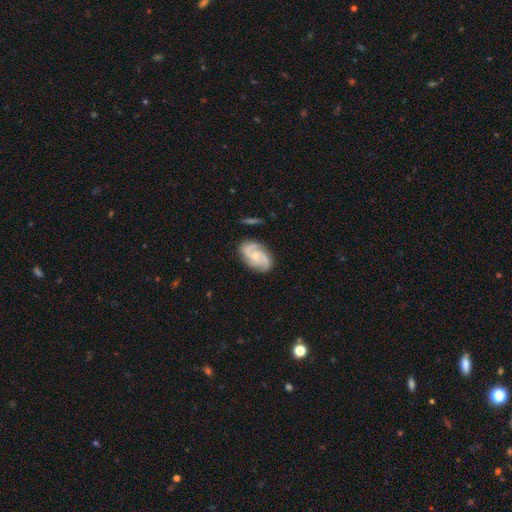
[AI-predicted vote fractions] smooth_or_featured: featured or disk (p=0.83) [alt: smooth p=0.12]
disk_edge_on: no (p=0.97) [alt: yes p=0.03]
bar: no (p=0.63) [alt: weak p=0.32]
has_spiral_arms: yes (p=0.97) [alt: no p=0.03]
spiral_winding: medium (p=0.49) [alt: tight p=0.36]
spiral_arm_count: 2 (p=0.41) [alt: 3 p=0.40]
bulge_size: small (p=0.55) [alt: moderate p=0.37]
merging: none (p=0.79) [alt: minor disturbance p=0.15]